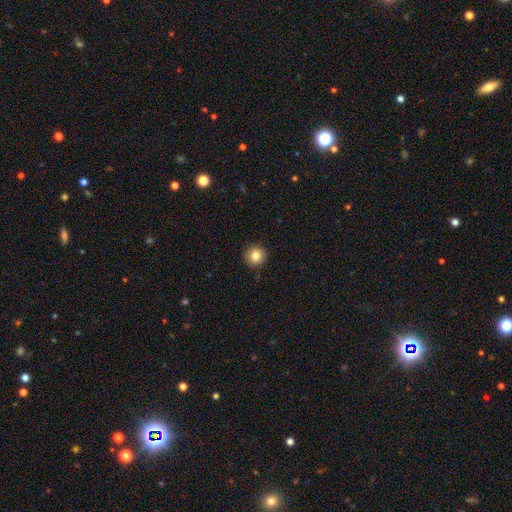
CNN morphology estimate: Smooth or featured? smooth (83%)
How rounded? round (94%)
Merging? none (92%)